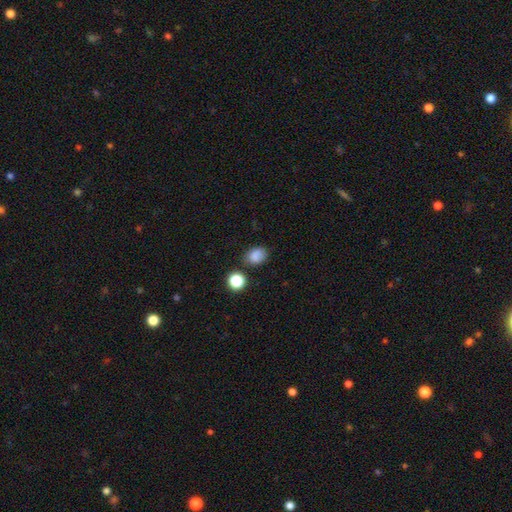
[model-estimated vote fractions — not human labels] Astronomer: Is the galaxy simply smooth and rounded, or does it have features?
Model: smooth — 82%.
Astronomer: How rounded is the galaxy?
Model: in between — 61% (runner-up: round, 38%).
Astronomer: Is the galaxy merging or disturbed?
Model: none — 75%.